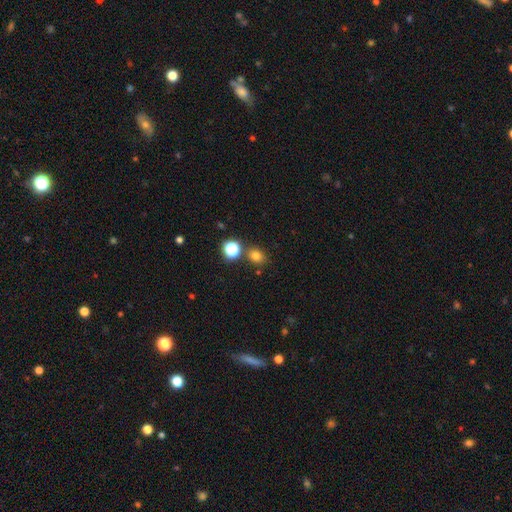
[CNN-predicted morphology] This appears to be a smooth galaxy with no disk features (75%) that is round (65%). Merging: none (76%).